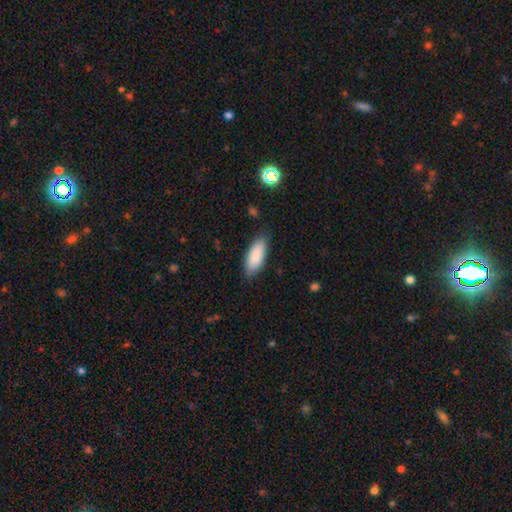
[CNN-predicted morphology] Smooth or featured? Predicted: smooth (p=0.89). How rounded? Predicted: in between (p=0.81). Merging? Predicted: none (p=0.84).